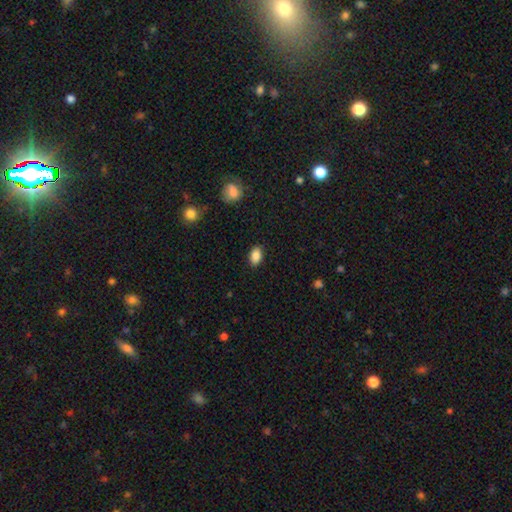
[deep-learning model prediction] The model was most divided on "how rounded": in between: 87%, round: 11%, cigar-shaped: 2%. More confident: merging — none (87%); smooth or featured — smooth (87%).